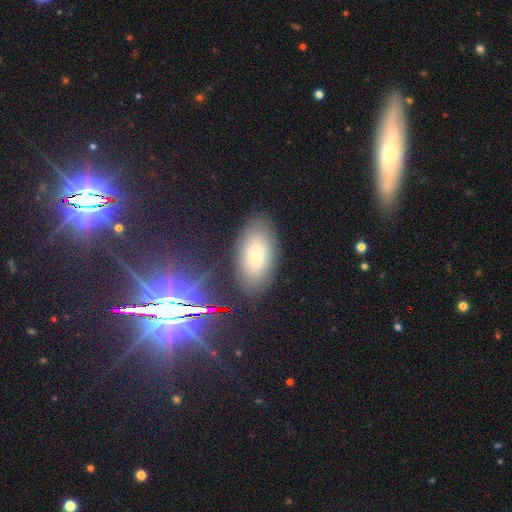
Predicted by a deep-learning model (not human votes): smooth-or-featured: smooth: 65% | featured or disk: 19% | star or artifact: 17%
  how-rounded: in between: 93% | round: 4% | cigar-shaped: 3%
  merging: none: 84% | minor disturbance: 11% | major disturbance: 4% | merger: 2%